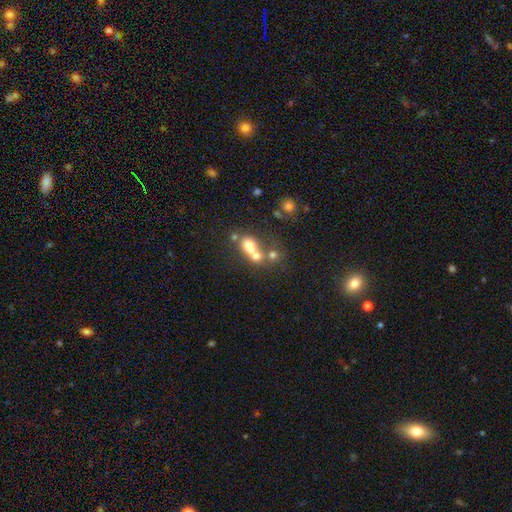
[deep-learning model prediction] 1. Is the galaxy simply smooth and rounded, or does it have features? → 59% smooth, 25% featured or disk, 16% star or artifact.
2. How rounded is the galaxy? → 58% round, 39% in between, 3% cigar-shaped.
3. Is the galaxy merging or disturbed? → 59% merger, 27% none, 7% minor disturbance, 6% major disturbance.